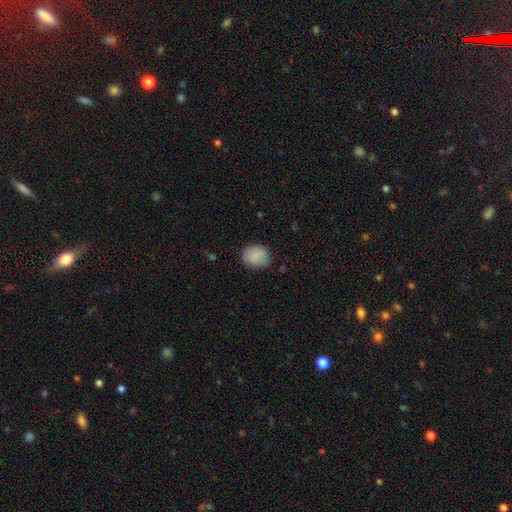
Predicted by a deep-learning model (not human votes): smooth_or_featured: smooth (p=0.81) [alt: featured or disk p=0.11]
how_rounded: round (p=0.63) [alt: in between p=0.36]
merging: none (p=0.76) [alt: minor disturbance p=0.18]